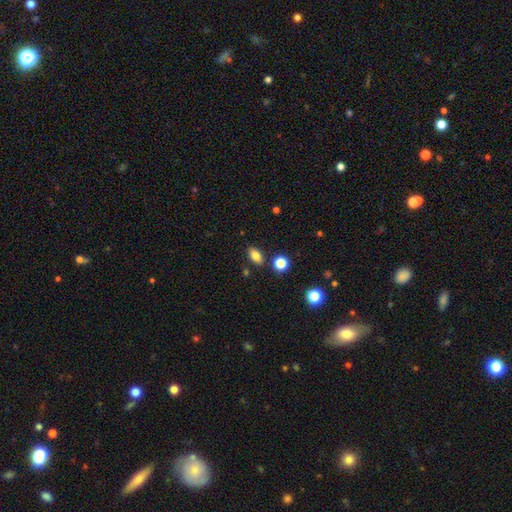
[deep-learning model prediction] Overall: smooth (82%). How rounded: in between (84%). Merging: none (83%).